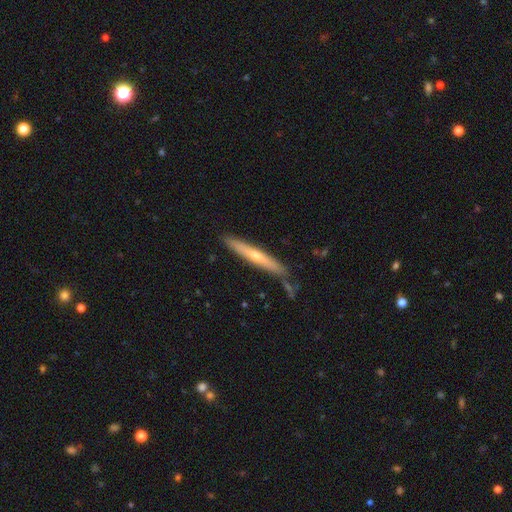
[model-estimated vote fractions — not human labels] The model was most divided on "smooth or featured": featured or disk: 53%, smooth: 42%, star or artifact: 6%. More confident: edge-on disk — yes (93%); merging — none (81%).